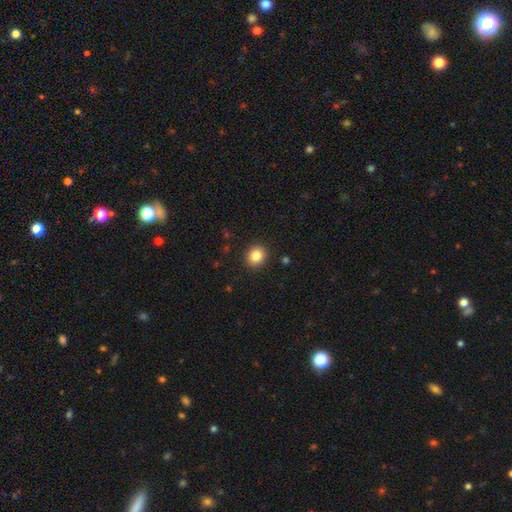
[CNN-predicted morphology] smooth-or-featured: smooth: 85% | star or artifact: 10% | featured or disk: 5%
  how-rounded: round: 76% | in between: 23% | cigar-shaped: 1%
  merging: none: 91% | minor disturbance: 6% | major disturbance: 2% | merger: 1%